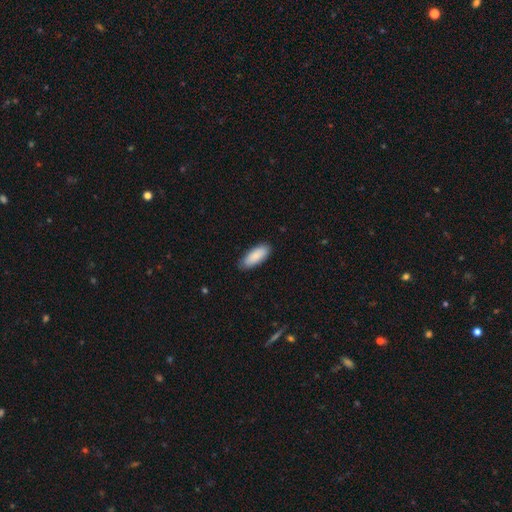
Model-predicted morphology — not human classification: Smooth or featured?
  - smooth: 89% *
  - featured or disk: 6%
  - star or artifact: 5%
How rounded?
  - in between: 80% *
  - cigar-shaped: 19%
  - round: 2%
Merging?
  - none: 85% *
  - minor disturbance: 12%
  - major disturbance: 2%
  - merger: 1%